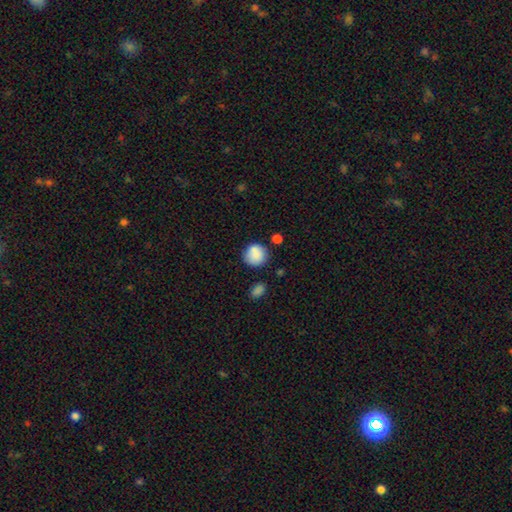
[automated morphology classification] smooth 85%, star or artifact 8%, featured or disk 7%. Down the decision tree: how rounded — round (89%); merging — none (72%).